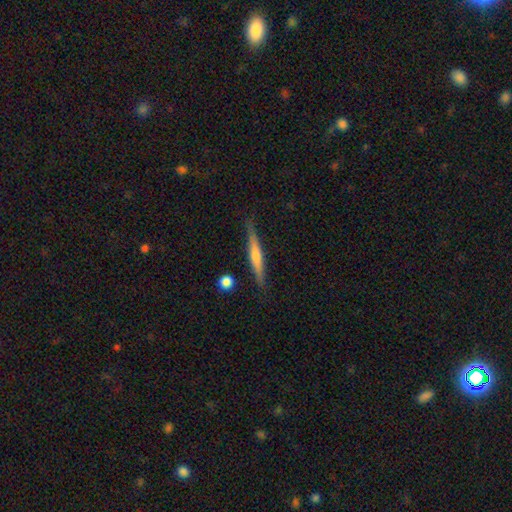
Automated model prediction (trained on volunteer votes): Smooth or featured: featured or disk — 55% (smooth — 39%)
Edge-on disk: yes — 97% (no — 3%)
Edge-on bulge: rounded — 62% (none — 27%)
Merging: none — 85% (minor disturbance — 11%)